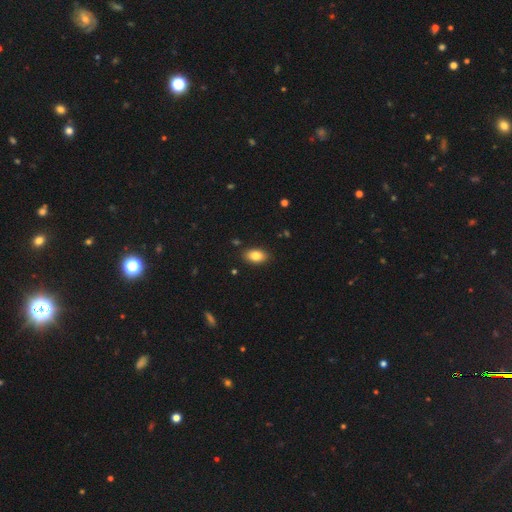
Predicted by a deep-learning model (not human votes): smooth_or_featured: smooth (p=0.83) [alt: featured or disk p=0.09]
how_rounded: in between (p=0.90) [alt: round p=0.08]
merging: none (p=0.88) [alt: minor disturbance p=0.09]